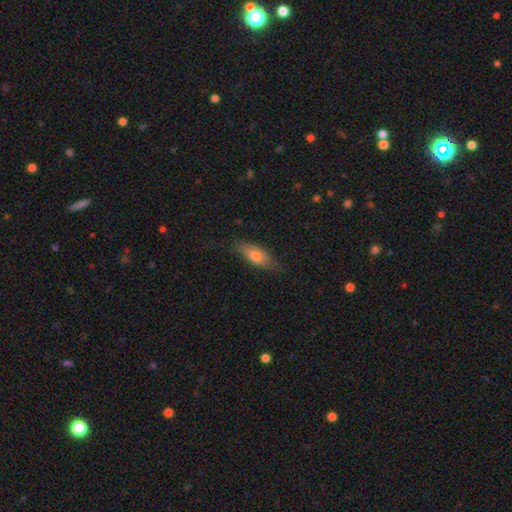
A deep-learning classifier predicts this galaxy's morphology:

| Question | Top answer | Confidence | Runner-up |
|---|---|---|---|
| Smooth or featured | smooth | 66% | featured or disk (27%) |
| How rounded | in between | 68% | cigar-shaped (29%) |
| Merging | none | 76% | minor disturbance (18%) |